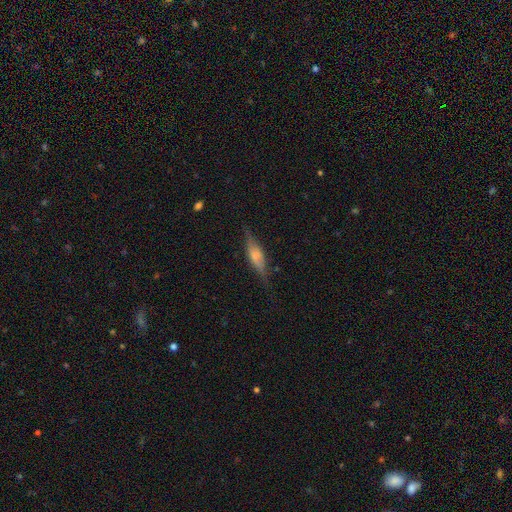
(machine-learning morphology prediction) This is possibly a featured or disk galaxy (50%). Merging: likely none (76%).